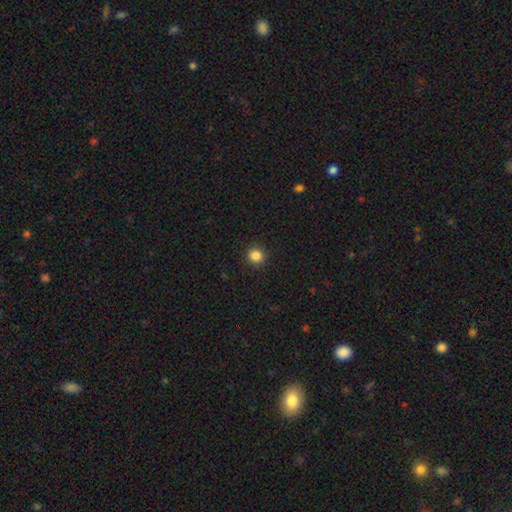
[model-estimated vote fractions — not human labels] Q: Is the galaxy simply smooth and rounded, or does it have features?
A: smooth — 85%.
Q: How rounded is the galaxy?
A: round — 91%.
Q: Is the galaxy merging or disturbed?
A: none — 92%.